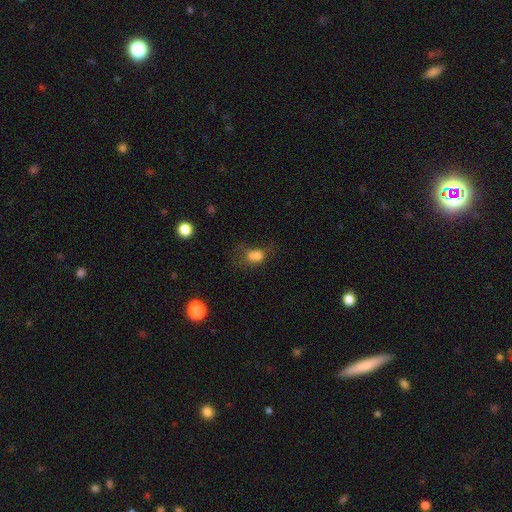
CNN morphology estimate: type=smooth (70%); roundness=in between (57%); merging=merger (36%).